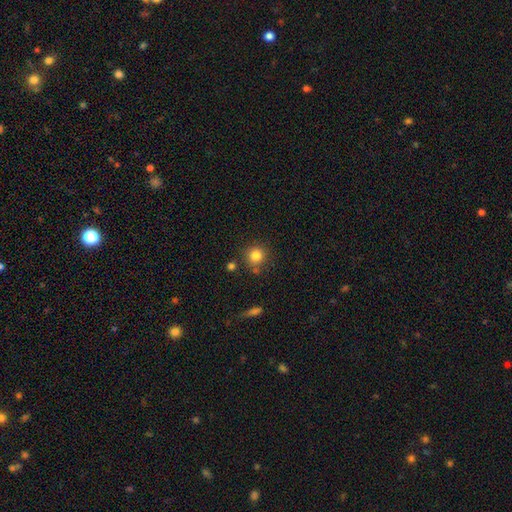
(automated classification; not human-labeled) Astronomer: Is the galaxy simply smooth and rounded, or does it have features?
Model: smooth — 82%.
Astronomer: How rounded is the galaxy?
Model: round — 92%.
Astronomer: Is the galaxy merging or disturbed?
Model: none — 79%.